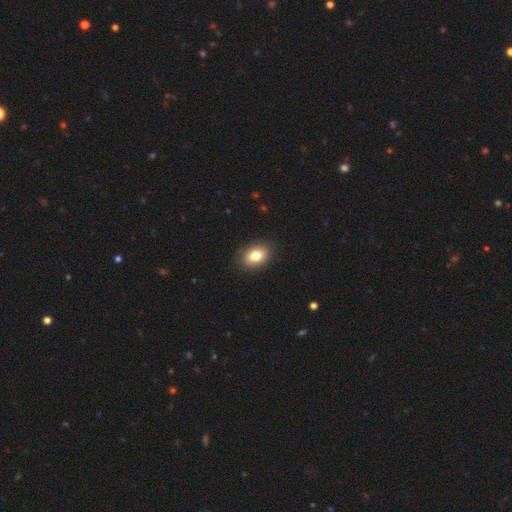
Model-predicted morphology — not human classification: Smooth or featured: smooth — 81% (featured or disk — 10%)
How rounded: in between — 77% (round — 22%)
Merging: none — 88% (minor disturbance — 8%)